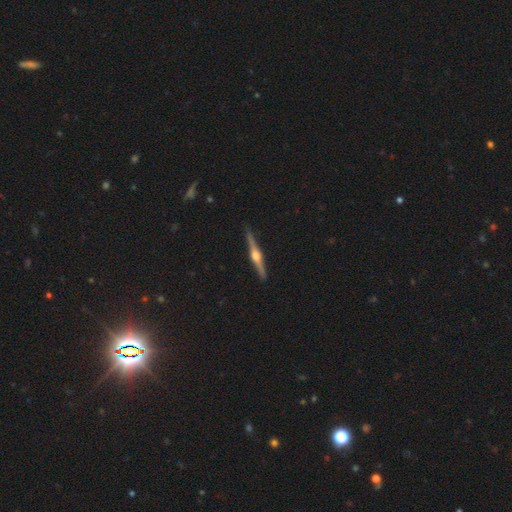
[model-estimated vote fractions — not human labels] Overall: featured or disk (84%). Edge-on disk: yes (99%). Edge-on bulge: rounded (95%). Merging: none (92%).